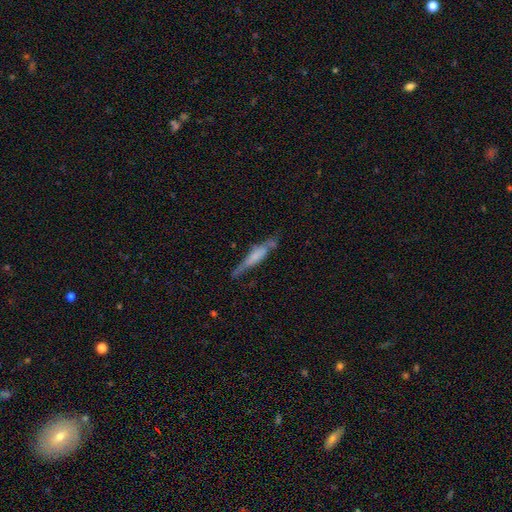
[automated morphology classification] type=smooth (50%); merging=none (58%).